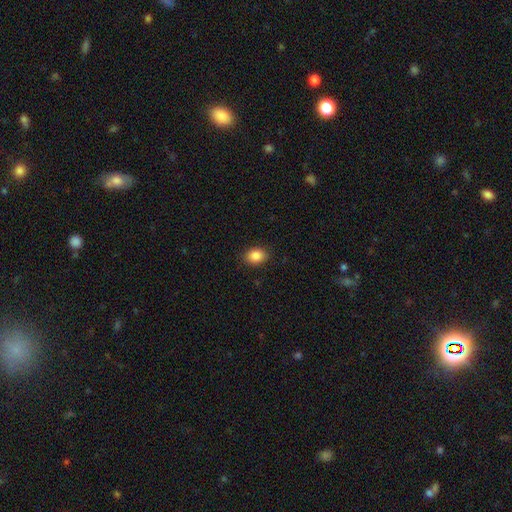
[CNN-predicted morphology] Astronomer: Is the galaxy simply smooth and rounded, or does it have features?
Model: smooth — 87%.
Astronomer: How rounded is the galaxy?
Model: in between — 64%.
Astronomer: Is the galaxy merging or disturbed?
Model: none — 88%.